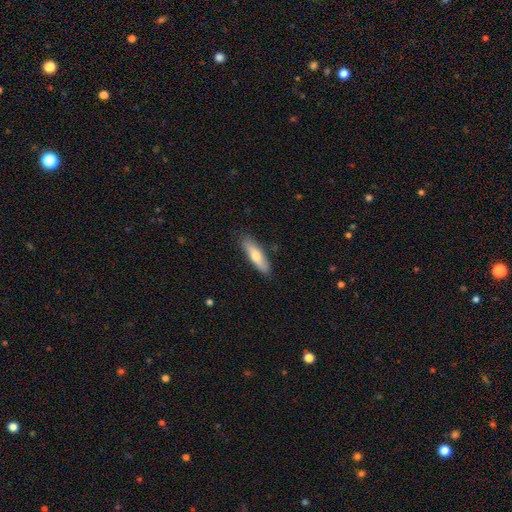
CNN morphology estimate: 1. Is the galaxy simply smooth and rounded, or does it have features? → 67% smooth, 28% featured or disk, 5% star or artifact.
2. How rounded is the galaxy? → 63% cigar-shaped, 36% in between, 2% round.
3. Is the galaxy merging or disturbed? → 85% none, 12% minor disturbance, 2% major disturbance, 1% merger.